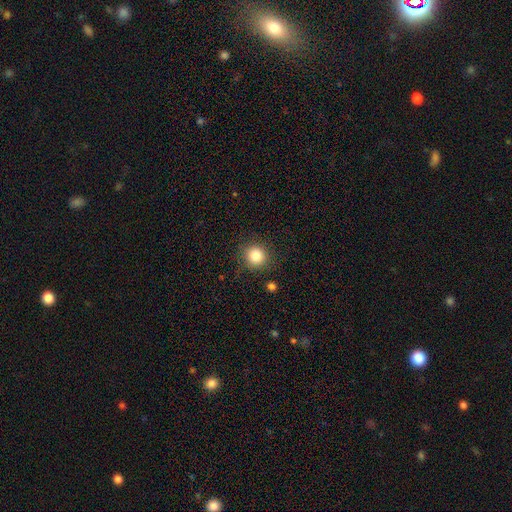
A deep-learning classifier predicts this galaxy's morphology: Q: Smooth or featured?
A: smooth (83%); runner-up: star or artifact (11%)
Q: How rounded?
A: round (92%); runner-up: in between (7%)
Q: Merging?
A: none (87%); runner-up: minor disturbance (8%)